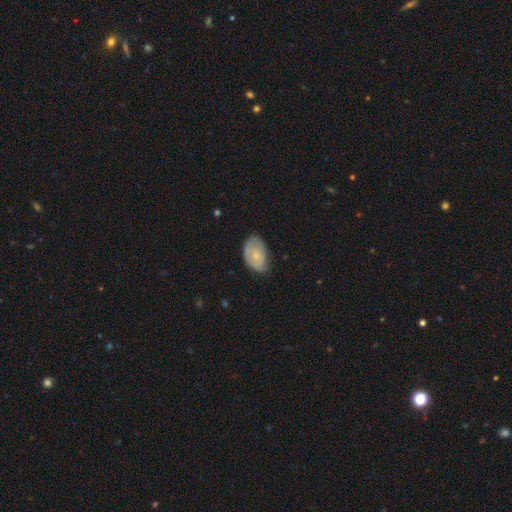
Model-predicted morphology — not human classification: A smooth galaxy with no disk features (67%) that is in between round and cigar-shaped (89%).

Vote fractions:
- Smooth or featured? smooth: 67% / featured or disk: 27% / star or artifact: 6%
- How rounded? in between: 89% / round: 9% / cigar-shaped: 1%
- Merging? none: 60% / minor disturbance: 32% / major disturbance: 6% / merger: 1%